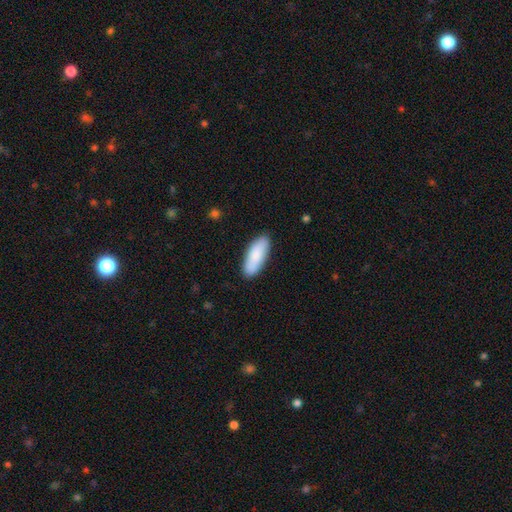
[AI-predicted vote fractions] Smooth or featured?
  - smooth: 85% *
  - featured or disk: 9%
  - star or artifact: 5%
How rounded?
  - in between: 74% *
  - cigar-shaped: 24%
  - round: 2%
Merging?
  - none: 86% *
  - minor disturbance: 11%
  - major disturbance: 2%
  - merger: 1%